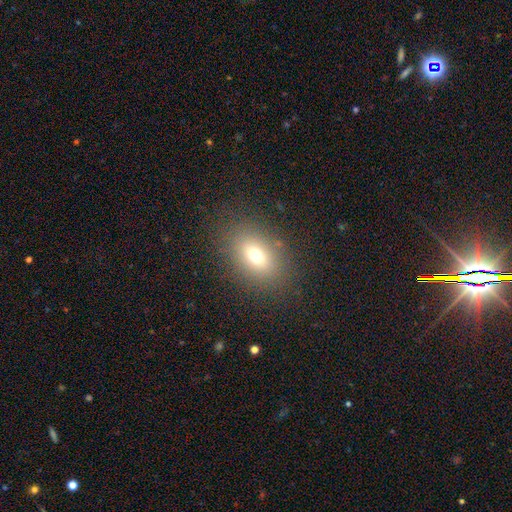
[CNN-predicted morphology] type=smooth (70%); roundness=in between (77%); merging=none (84%).